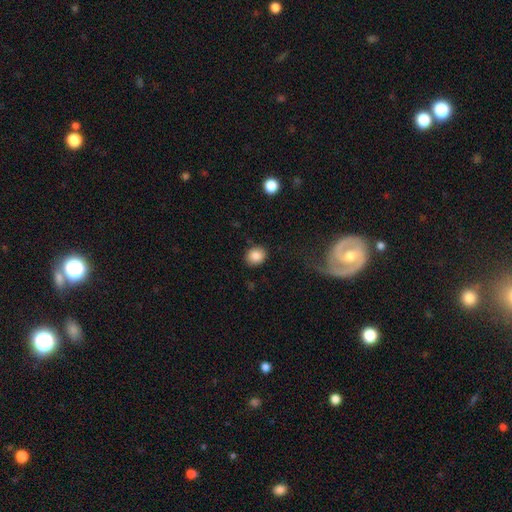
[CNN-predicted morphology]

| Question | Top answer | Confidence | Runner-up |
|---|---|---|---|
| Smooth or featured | smooth | 86% | star or artifact (9%) |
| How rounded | round | 66% | in between (33%) |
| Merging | none | 87% | minor disturbance (9%) |